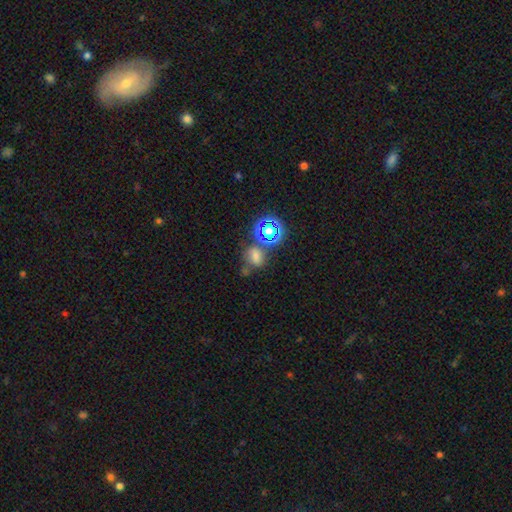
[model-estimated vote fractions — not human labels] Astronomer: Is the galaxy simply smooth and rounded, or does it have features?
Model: smooth — 57%.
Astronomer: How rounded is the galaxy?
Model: in between — 51% (runner-up: round, 48%).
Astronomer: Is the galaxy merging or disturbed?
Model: none — 55%.